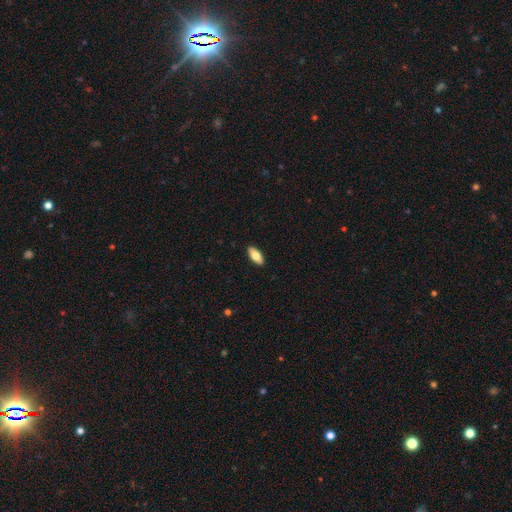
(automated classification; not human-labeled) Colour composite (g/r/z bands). It shows a smooth galaxy with no disk features (73%) that is in between round and cigar-shaped (83%). Merging: none (90%).